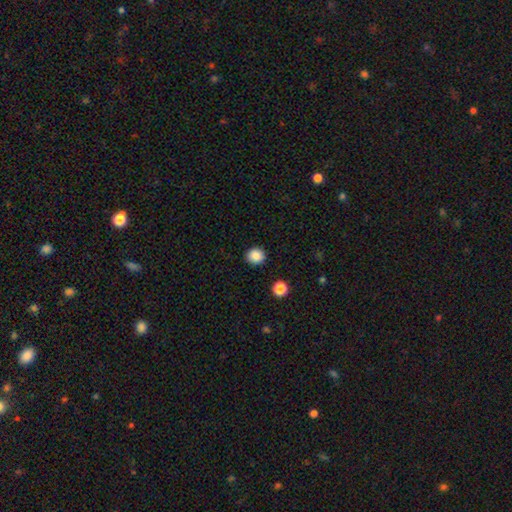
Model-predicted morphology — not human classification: smooth 87%, star or artifact 10%, featured or disk 3%. Down the decision tree: how rounded — round (90%); merging — none (92%).